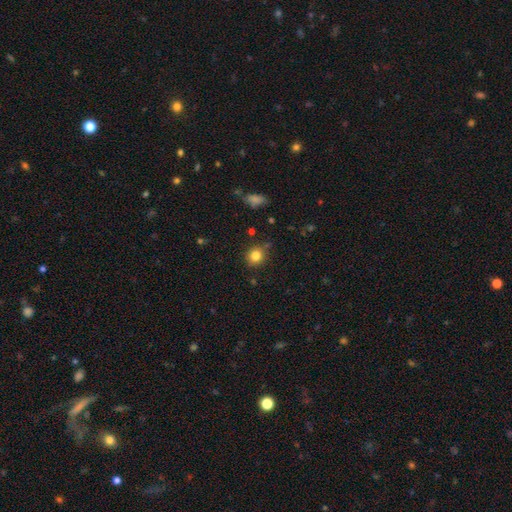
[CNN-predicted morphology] type=smooth (82%); roundness=round (82%); merging=none (79%).